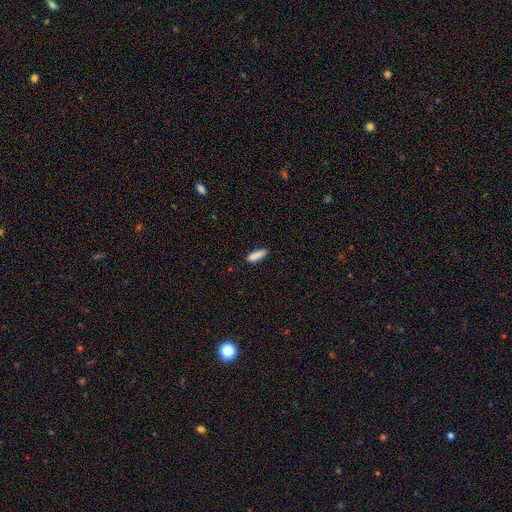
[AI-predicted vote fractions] smooth_or_featured: smooth (p=0.87) [alt: star or artifact p=0.07]
how_rounded: cigar-shaped (p=0.53) [alt: in between p=0.45]
merging: none (p=0.81) [alt: minor disturbance p=0.15]